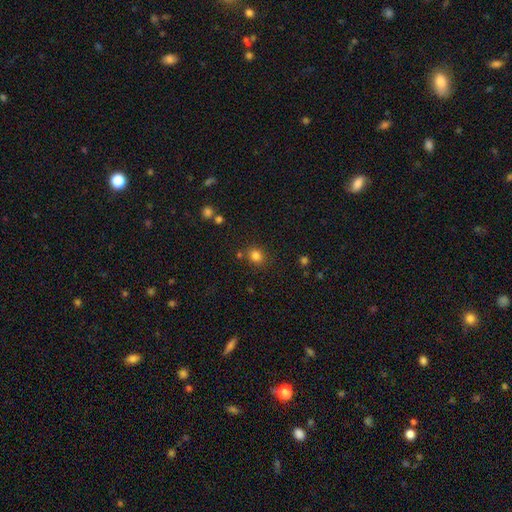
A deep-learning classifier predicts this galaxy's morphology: type=smooth (82%); roundness=round (73%); merging=none (79%).